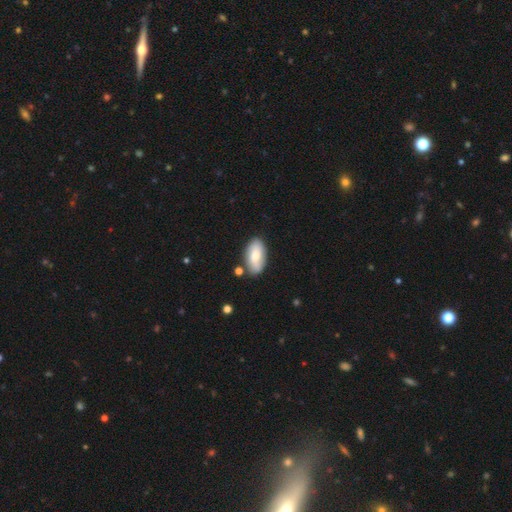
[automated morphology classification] The model was most divided on "smooth or featured": smooth: 70%, featured or disk: 24%, star or artifact: 6%. More confident: how rounded — in between (93%); merging — none (79%).